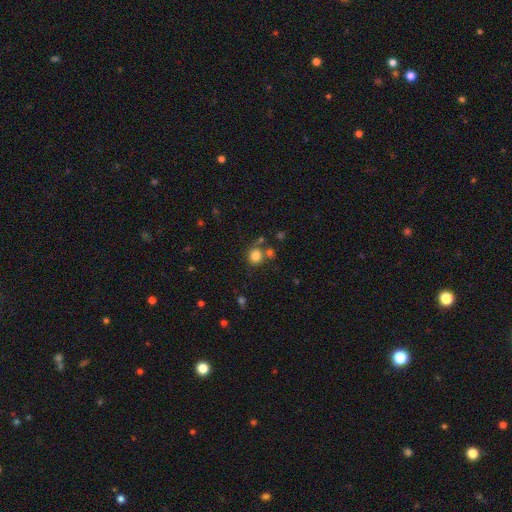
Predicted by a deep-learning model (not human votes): Overall: smooth (82%). How rounded: round (85%). Merging: none (69%).